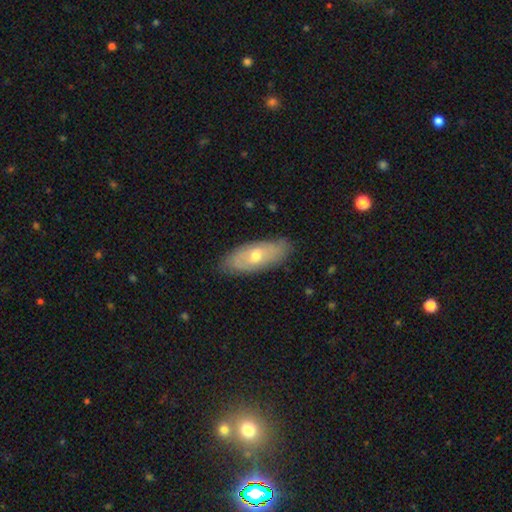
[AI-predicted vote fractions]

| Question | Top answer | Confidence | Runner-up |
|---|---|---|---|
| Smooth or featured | featured or disk | 51% | smooth (42%) |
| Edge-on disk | no | 79% | yes (21%) |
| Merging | none | 82% | minor disturbance (14%) |